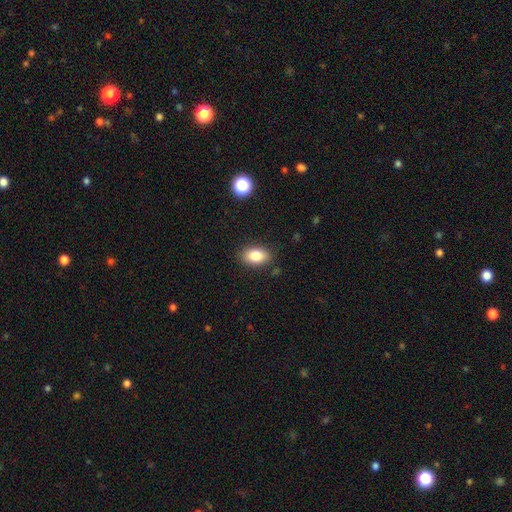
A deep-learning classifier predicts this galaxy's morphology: smooth-or-featured: smooth: 84% | star or artifact: 9% | featured or disk: 8%
  how-rounded: in between: 88% | round: 10% | cigar-shaped: 2%
  merging: none: 85% | minor disturbance: 11% | major disturbance: 3% | merger: 2%